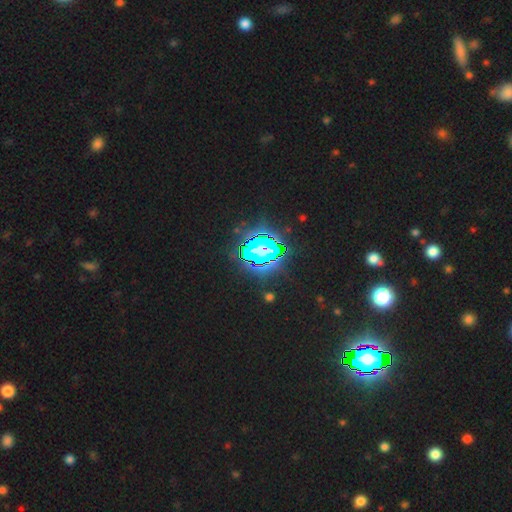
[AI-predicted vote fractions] Overall: star or artifact (78%).